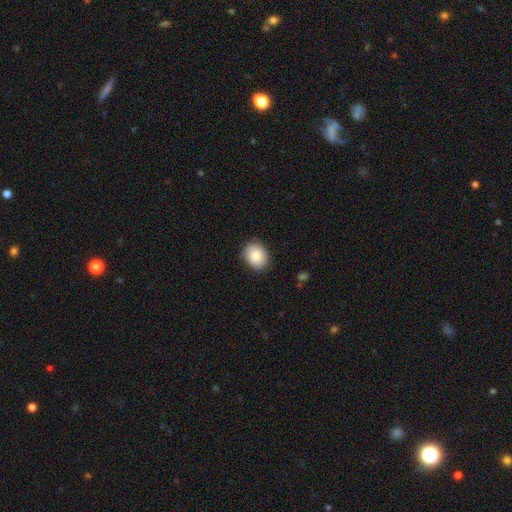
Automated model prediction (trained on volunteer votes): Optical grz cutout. It shows a smooth galaxy with no disk features (84%) that is round (54%). Merging: none (84%).